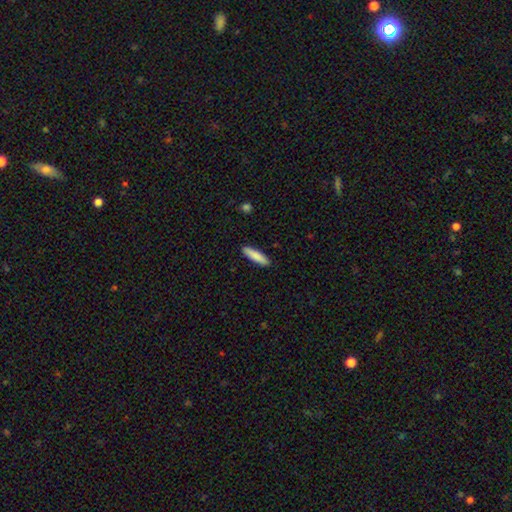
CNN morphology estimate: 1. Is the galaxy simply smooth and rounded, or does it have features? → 86% smooth, 9% featured or disk, 5% star or artifact.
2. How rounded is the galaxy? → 75% cigar-shaped, 23% in between, 1% round.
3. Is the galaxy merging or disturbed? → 91% none, 7% minor disturbance, 1% major disturbance, 1% merger.